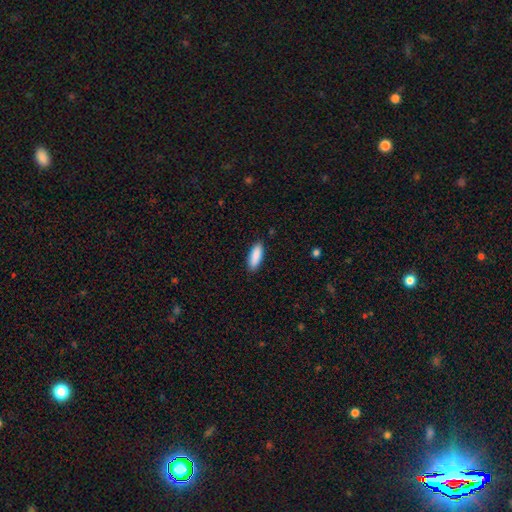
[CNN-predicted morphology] smooth-or-featured: smooth: 90% | star or artifact: 6% | featured or disk: 5%
  how-rounded: in between: 65% | cigar-shaped: 34% | round: 2%
  merging: none: 88% | minor disturbance: 9% | major disturbance: 2% | merger: 1%